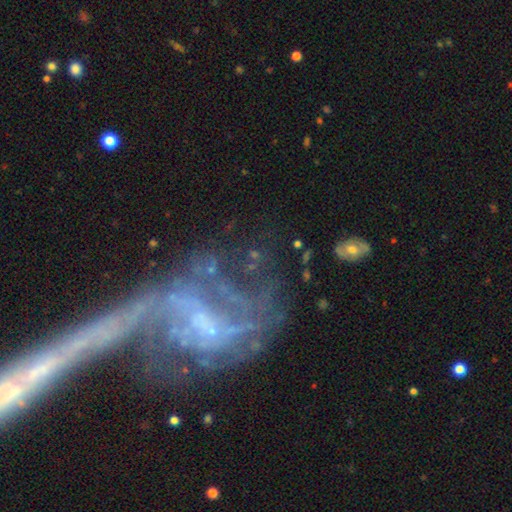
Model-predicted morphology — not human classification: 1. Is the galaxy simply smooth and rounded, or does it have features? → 66% featured or disk, 18% star or artifact, 17% smooth.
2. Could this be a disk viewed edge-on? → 96% no, 4% yes.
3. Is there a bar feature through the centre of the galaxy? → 60% no, 27% weak, 13% strong.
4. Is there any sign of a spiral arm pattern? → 67% yes, 33% no.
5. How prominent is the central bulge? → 55% small, 24% none, 16% moderate, 3% large, 2% dominant.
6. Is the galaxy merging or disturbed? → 58% none, 19% major disturbance, 17% minor disturbance, 6% merger.